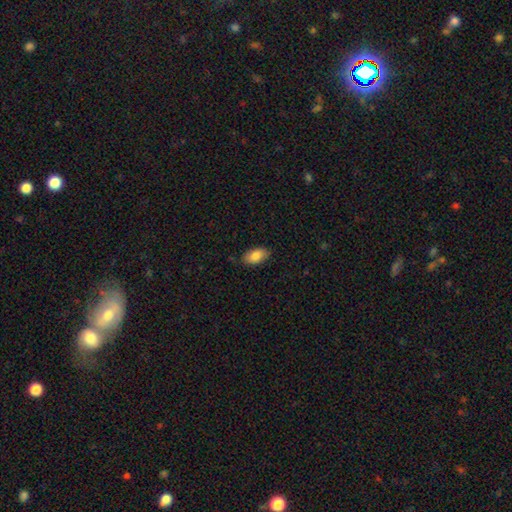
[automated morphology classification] Overall: smooth (85%). How rounded: in between (94%). Merging: none (86%).